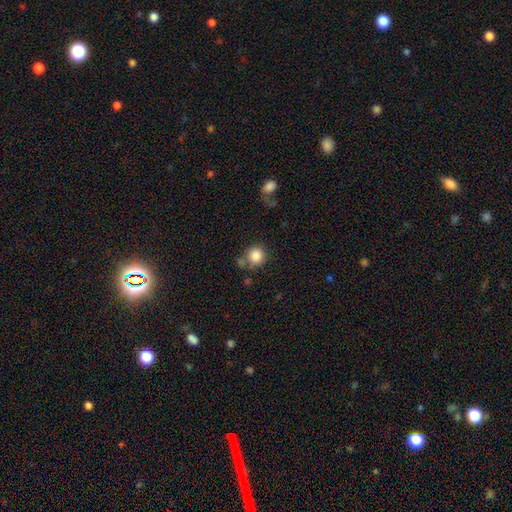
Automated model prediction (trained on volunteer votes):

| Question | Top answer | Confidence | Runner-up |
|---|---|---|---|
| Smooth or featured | smooth | 86% | star or artifact (9%) |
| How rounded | round | 89% | in between (10%) |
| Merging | none | 68% | minor disturbance (15%) |